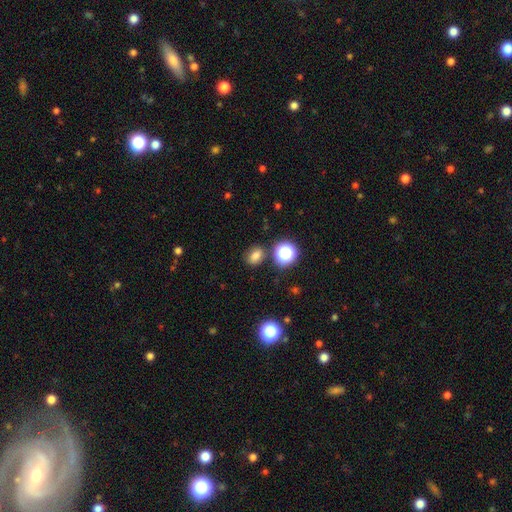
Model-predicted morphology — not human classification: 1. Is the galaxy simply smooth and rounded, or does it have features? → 75% smooth, 18% star or artifact, 7% featured or disk.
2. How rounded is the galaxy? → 58% in between, 40% round, 1% cigar-shaped.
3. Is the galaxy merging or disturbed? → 78% none, 12% minor disturbance, 6% merger, 4% major disturbance.